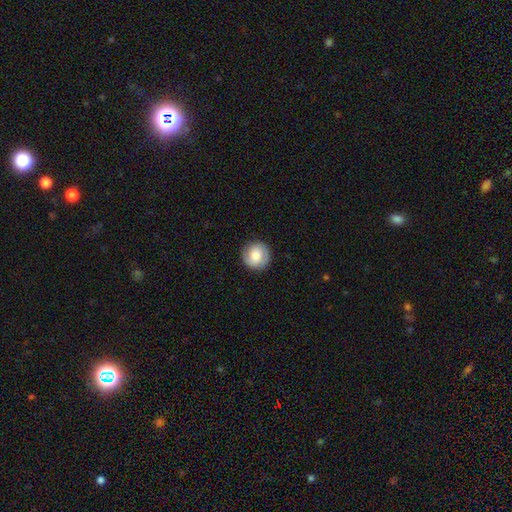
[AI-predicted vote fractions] Smooth or featured? Predicted: smooth (p=0.60). How rounded? Predicted: round (p=0.92). Merging? Predicted: none (p=0.87).